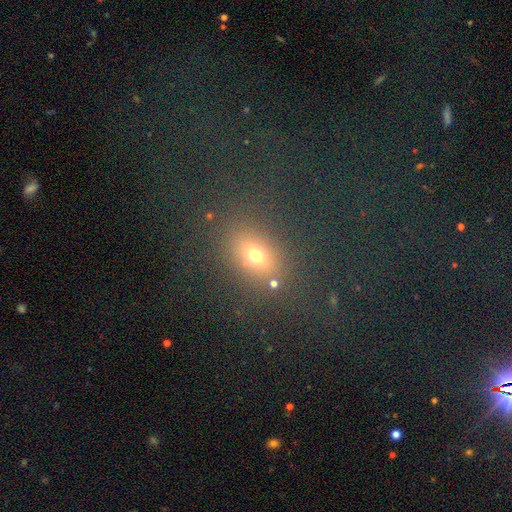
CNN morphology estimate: smooth-or-featured: smooth: 69% | star or artifact: 20% | featured or disk: 11%
  how-rounded: in between: 63% | round: 33% | cigar-shaped: 4%
  merging: none: 78% | minor disturbance: 11% | major disturbance: 7% | merger: 4%